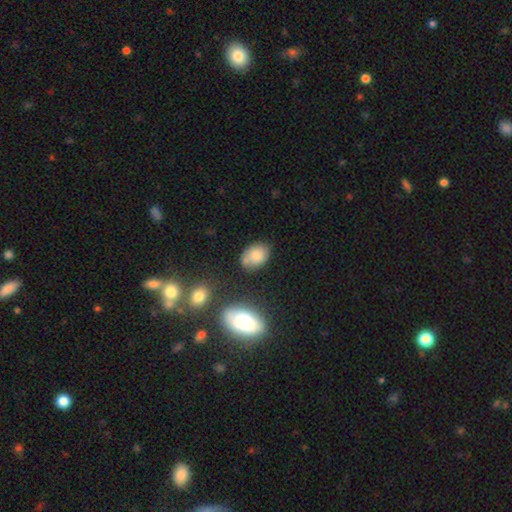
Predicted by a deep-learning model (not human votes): Smooth or featured? smooth (79%)
How rounded? in between (76%)
Merging? none (64%)